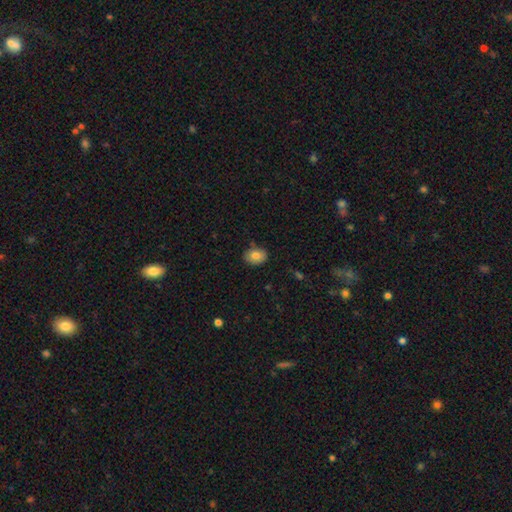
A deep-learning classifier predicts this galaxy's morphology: smooth 79%, featured or disk 13%, star or artifact 8%. Down the decision tree: how rounded — in between (68%); merging — none (84%).